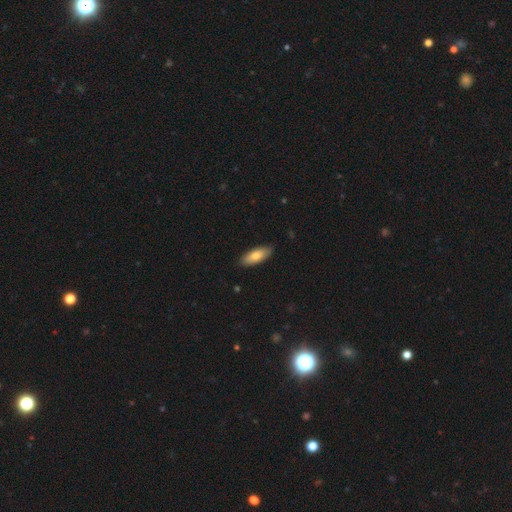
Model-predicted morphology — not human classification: smooth 77%, featured or disk 17%, star or artifact 5%. Down the decision tree: how rounded — in between (79%); merging — none (86%).